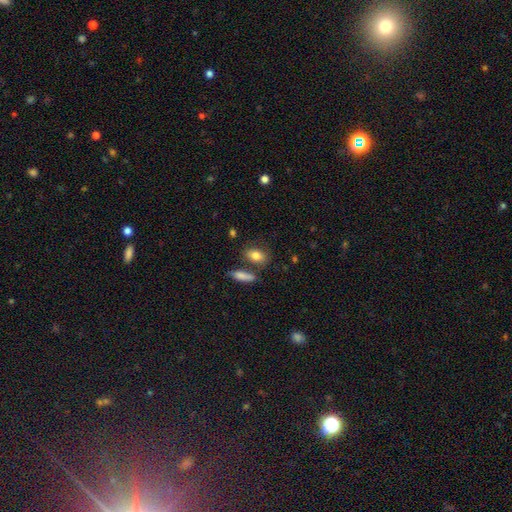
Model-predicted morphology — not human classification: smooth-or-featured: smooth: 81% | featured or disk: 12% | star or artifact: 8%
  how-rounded: in between: 81% | round: 12% | cigar-shaped: 6%
  merging: none: 67% | merger: 15% | minor disturbance: 14% | major disturbance: 4%